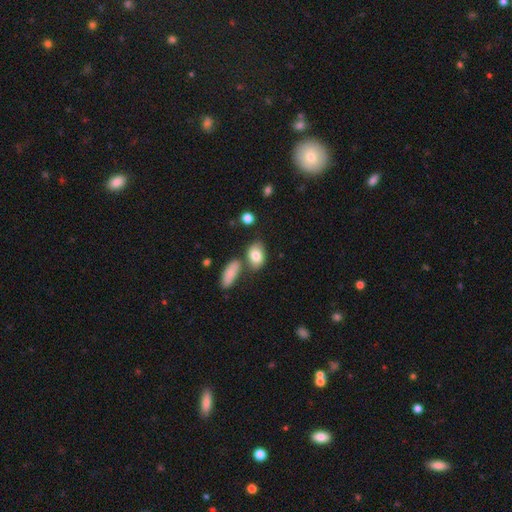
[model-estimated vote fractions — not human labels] Overall: smooth (80%). How rounded: in between (86%). Merging: none (62%).